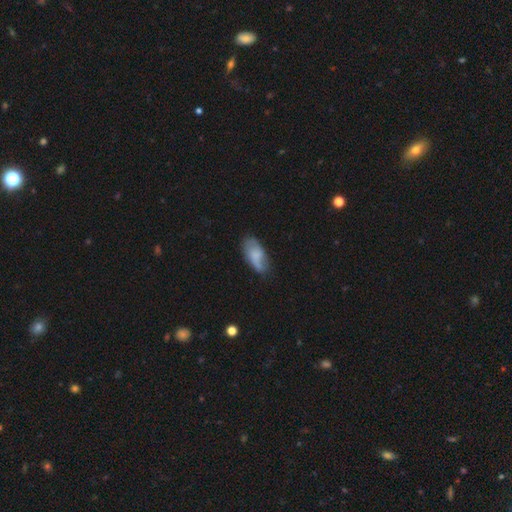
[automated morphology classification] A smooth galaxy with no disk features (67%) that is in between round and cigar-shaped (91%).

Vote fractions:
- Smooth or featured? smooth: 67% / featured or disk: 26% / star or artifact: 7%
- How rounded? in between: 91% / cigar-shaped: 7% / round: 3%
- Merging? none: 59% / minor disturbance: 30% / major disturbance: 9% / merger: 3%